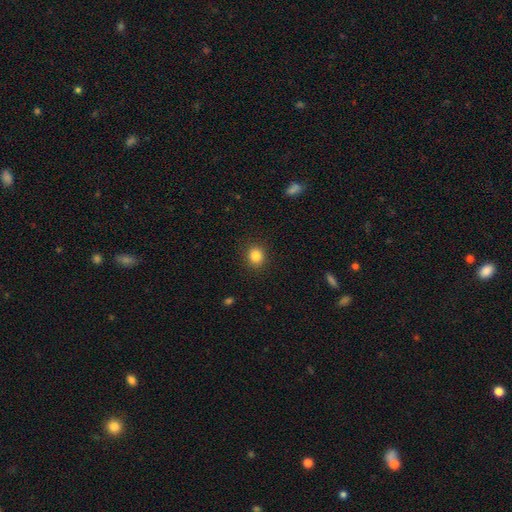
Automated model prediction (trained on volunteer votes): Morphology: type=smooth (84%); roundness=round (78%); merging=none (90%).